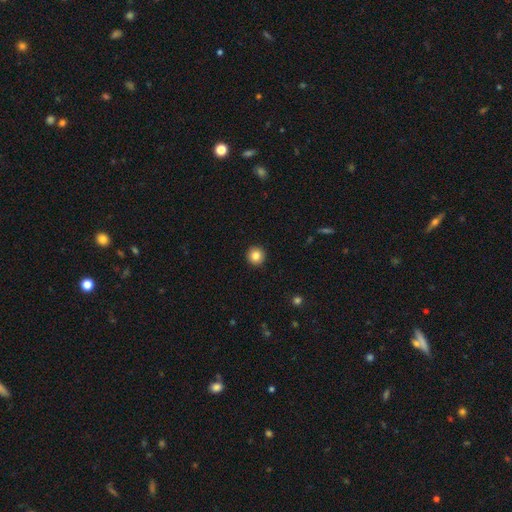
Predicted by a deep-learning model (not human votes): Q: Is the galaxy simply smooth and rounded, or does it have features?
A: smooth — 84%.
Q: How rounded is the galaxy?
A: round — 96%.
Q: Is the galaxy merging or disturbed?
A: none — 93%.